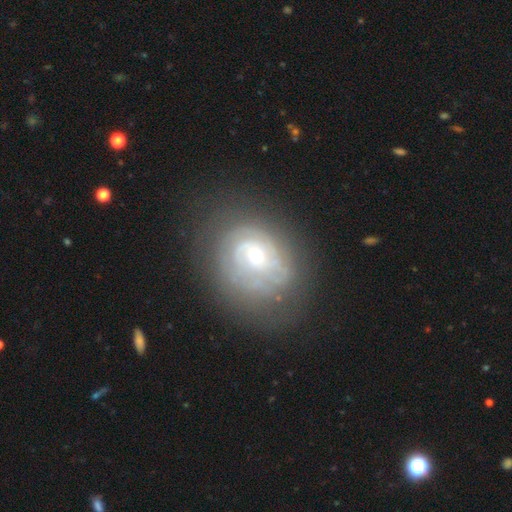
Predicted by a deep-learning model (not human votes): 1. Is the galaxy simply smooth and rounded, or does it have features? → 75% featured or disk, 18% smooth, 8% star or artifact.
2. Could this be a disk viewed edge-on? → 97% no, 3% yes.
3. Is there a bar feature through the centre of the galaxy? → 65% no, 28% weak, 6% strong.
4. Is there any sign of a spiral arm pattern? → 81% yes, 19% no.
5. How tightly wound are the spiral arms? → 65% tight, 25% medium, 10% loose.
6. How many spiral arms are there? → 46% can't tell, 27% 2, 11% 3, 7% 1, 5% 4, 4% more than 4.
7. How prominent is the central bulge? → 54% small, 41% moderate, 3% large, 1% none, 1% dominant.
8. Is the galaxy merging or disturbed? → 63% none, 21% minor disturbance, 14% major disturbance, 2% merger.